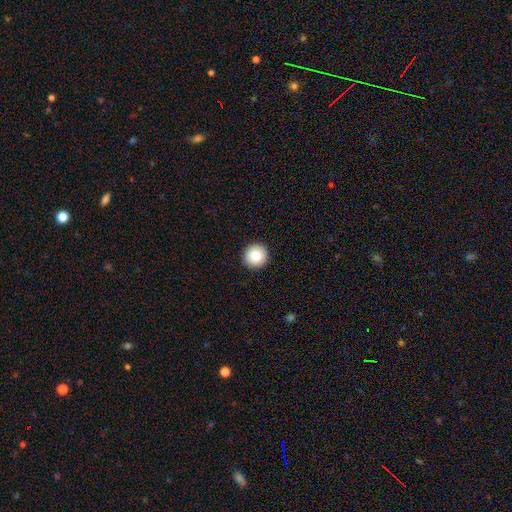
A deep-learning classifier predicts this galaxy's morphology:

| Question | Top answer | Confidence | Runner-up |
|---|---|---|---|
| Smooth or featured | smooth | 82% | featured or disk (9%) |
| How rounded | round | 95% | in between (4%) |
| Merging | none | 93% | minor disturbance (4%) |